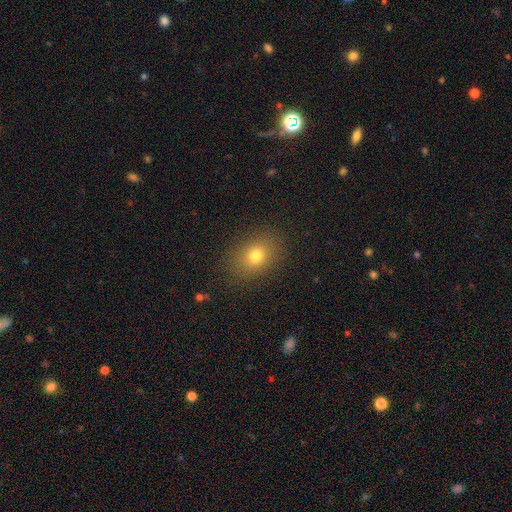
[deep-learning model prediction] The model was most divided on "how rounded": in between: 63%, round: 36%, cigar-shaped: 1%. More confident: merging — none (87%); smooth or featured — smooth (77%).